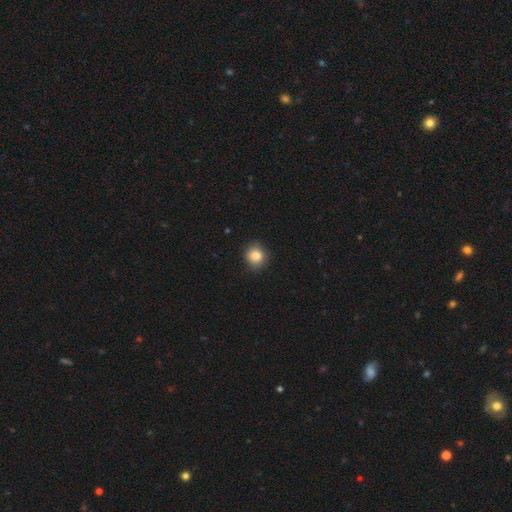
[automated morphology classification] This is clearly a smooth galaxy (84%). How rounded: likely round (78%). Merging: clearly none (85%).